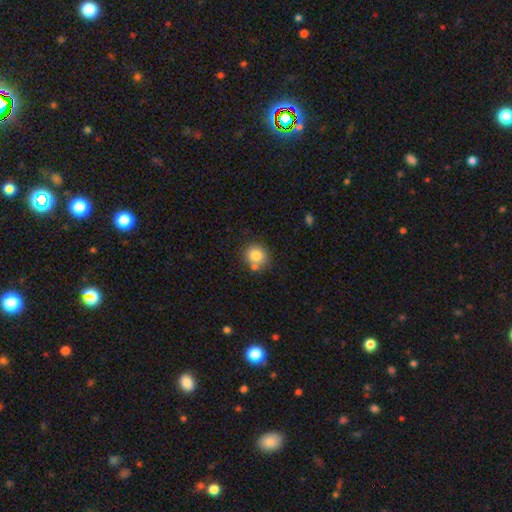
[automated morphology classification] This is clearly a smooth galaxy (82%). How rounded: clearly round (83%). Merging: likely none (70%).